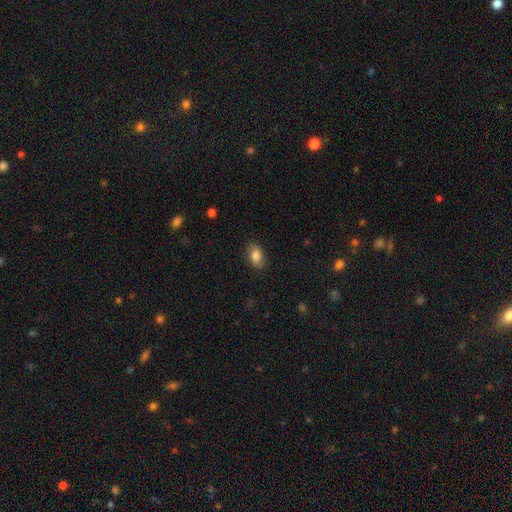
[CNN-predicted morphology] smooth 82%, featured or disk 10%, star or artifact 8%. Down the decision tree: how rounded — in between (87%); merging — none (84%).